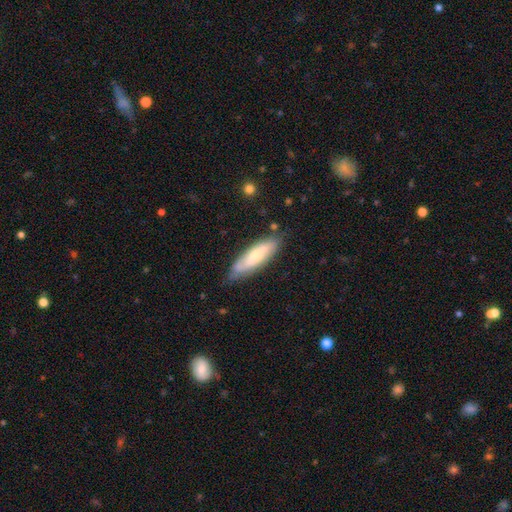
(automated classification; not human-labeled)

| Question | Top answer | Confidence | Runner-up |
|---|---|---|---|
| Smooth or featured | smooth | 54% | featured or disk (41%) |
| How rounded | cigar-shaped | 58% | in between (40%) |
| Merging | none | 72% | minor disturbance (21%) |